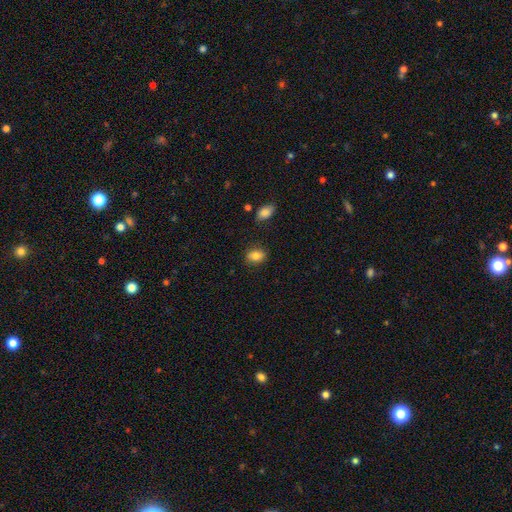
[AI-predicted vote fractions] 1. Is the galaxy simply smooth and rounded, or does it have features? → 83% smooth, 9% star or artifact, 7% featured or disk.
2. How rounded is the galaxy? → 72% in between, 26% round, 2% cigar-shaped.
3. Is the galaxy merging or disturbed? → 83% none, 12% minor disturbance, 3% major disturbance, 2% merger.